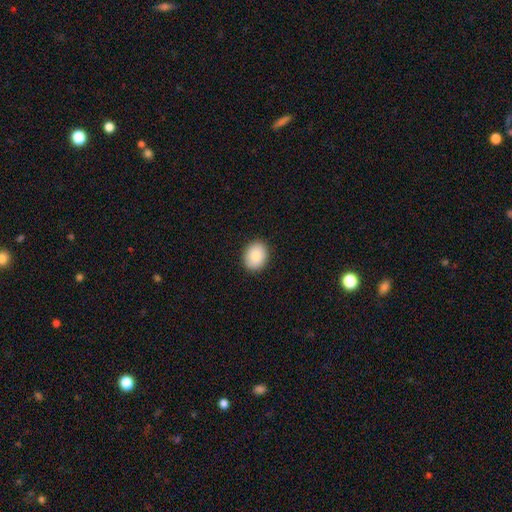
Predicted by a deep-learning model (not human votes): Smooth or featured?
  - smooth: 85% *
  - featured or disk: 8%
  - star or artifact: 7%
How rounded?
  - round: 50% *
  - in between: 49%
  - cigar-shaped: 1%
Merging?
  - none: 90% *
  - minor disturbance: 7%
  - major disturbance: 2%
  - merger: 1%